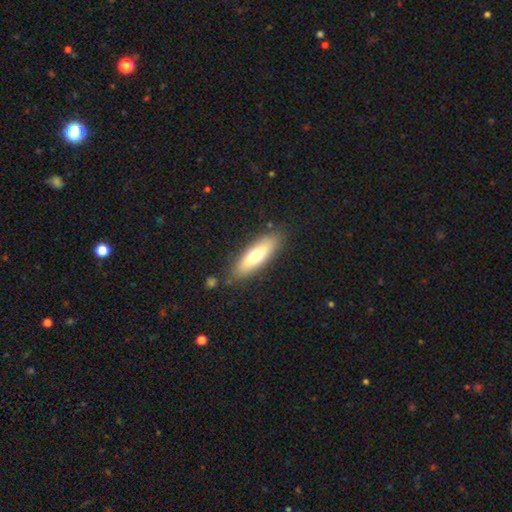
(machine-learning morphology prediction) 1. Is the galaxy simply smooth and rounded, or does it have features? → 63% smooth, 32% featured or disk, 6% star or artifact.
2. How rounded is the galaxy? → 51% cigar-shaped, 47% in between, 2% round.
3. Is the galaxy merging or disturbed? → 84% none, 11% minor disturbance, 3% major disturbance, 2% merger.